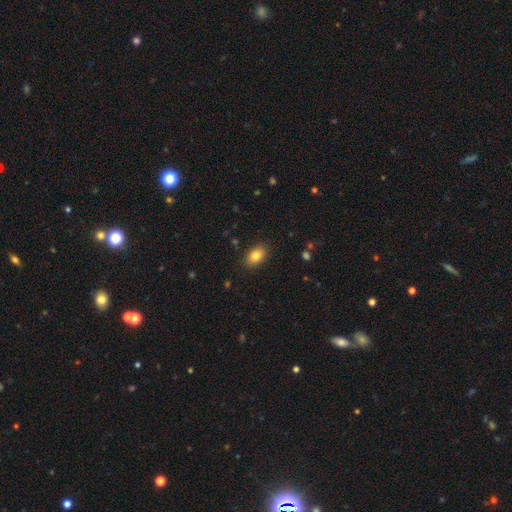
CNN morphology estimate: A smooth galaxy with no disk features (83%) that is in between round and cigar-shaped (87%).

Vote fractions:
- Smooth or featured? smooth: 83% / star or artifact: 9% / featured or disk: 8%
- How rounded? in between: 87% / round: 12% / cigar-shaped: 1%
- Merging? none: 88% / minor disturbance: 9% / major disturbance: 2% / merger: 1%